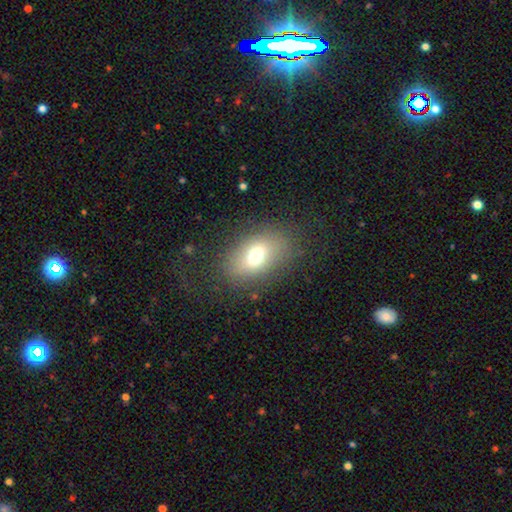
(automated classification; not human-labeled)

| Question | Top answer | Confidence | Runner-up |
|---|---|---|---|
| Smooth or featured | smooth | 68% | featured or disk (20%) |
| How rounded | in between | 84% | round (14%) |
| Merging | none | 75% | minor disturbance (15%) |